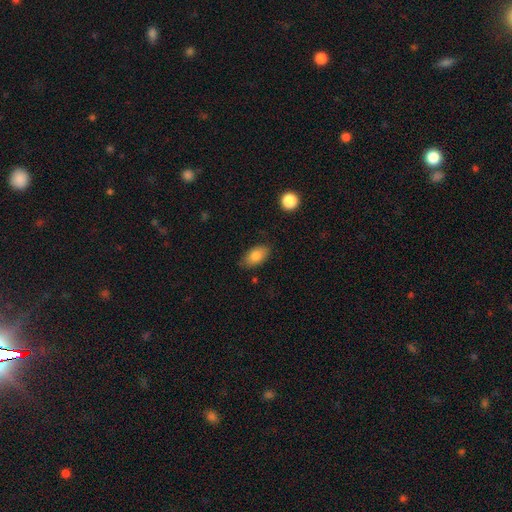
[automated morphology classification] Smooth or featured? Predicted: smooth (p=0.82). How rounded? Predicted: in between (p=0.91). Merging? Predicted: none (p=0.80).